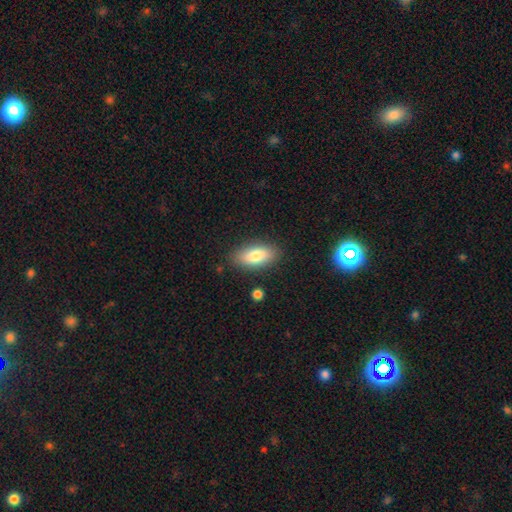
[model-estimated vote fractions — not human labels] Morphology: type=smooth (79%); roundness=in between (84%); merging=none (85%).